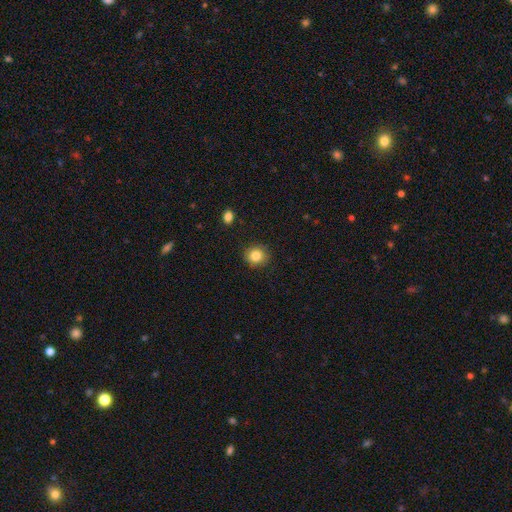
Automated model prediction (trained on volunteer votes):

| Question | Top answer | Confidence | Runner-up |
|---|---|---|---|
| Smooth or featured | smooth | 84% | star or artifact (10%) |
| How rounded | round | 88% | in between (11%) |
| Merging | none | 89% | minor disturbance (8%) |